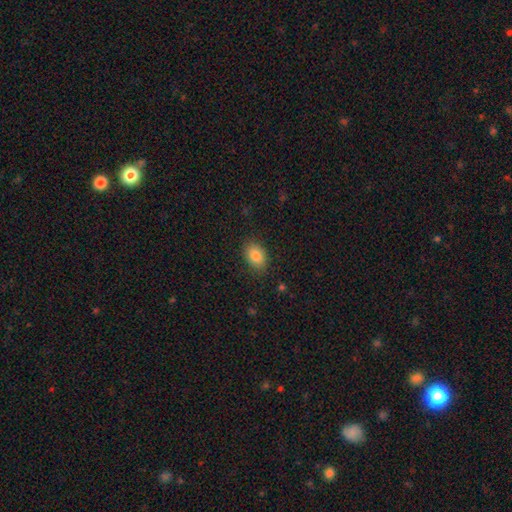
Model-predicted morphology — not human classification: Overall: smooth (84%). How rounded: in between (82%). Merging: none (87%).